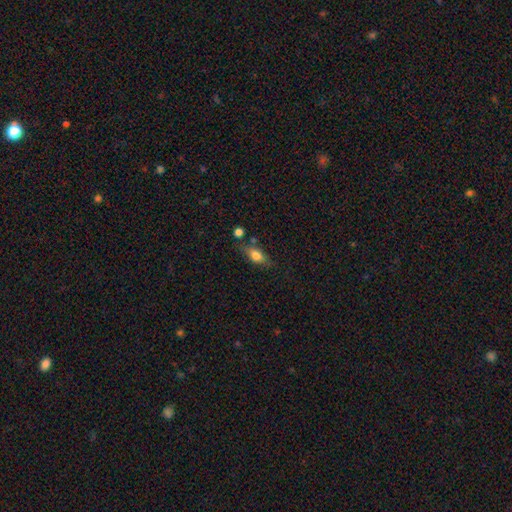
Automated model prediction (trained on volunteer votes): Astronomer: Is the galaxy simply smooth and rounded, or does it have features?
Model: smooth — 70%.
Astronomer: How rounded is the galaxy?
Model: in between — 75%.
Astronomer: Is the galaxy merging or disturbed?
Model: none — 67%.